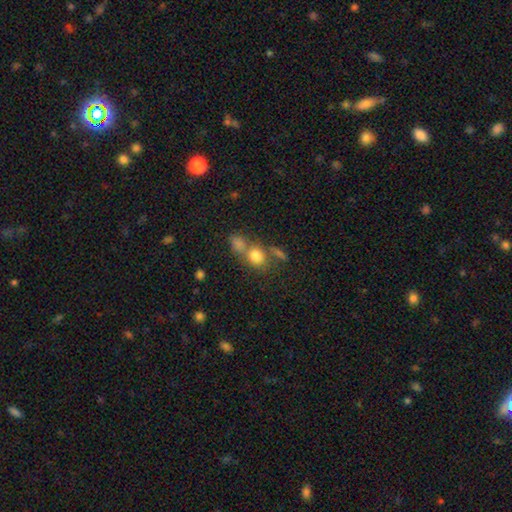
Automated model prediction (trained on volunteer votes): This is likely a smooth galaxy (77%). How rounded: likely round (60%). Merging: possibly merger (47%).